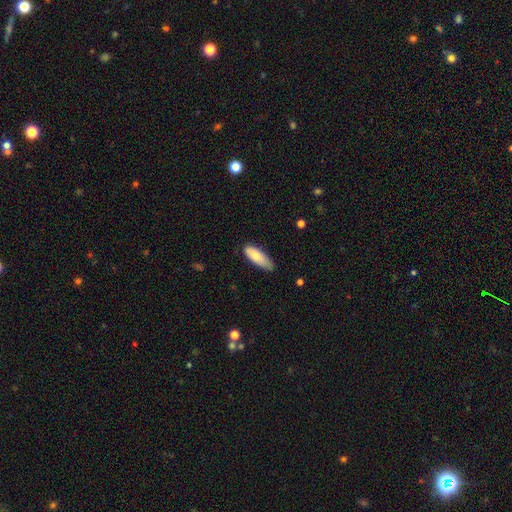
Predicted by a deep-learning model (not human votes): Morphology: type=smooth (80%); roundness=in between (69%); merging=none (68%).